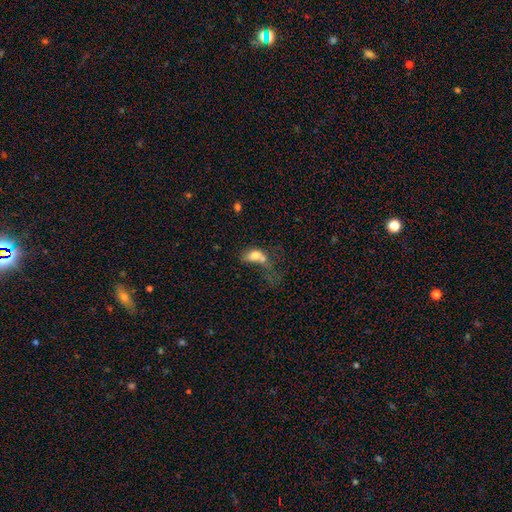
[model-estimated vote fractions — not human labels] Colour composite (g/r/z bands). It shows a smooth galaxy with no disk features (69%) that is in between round and cigar-shaped (79%). Merging: merger (45%).